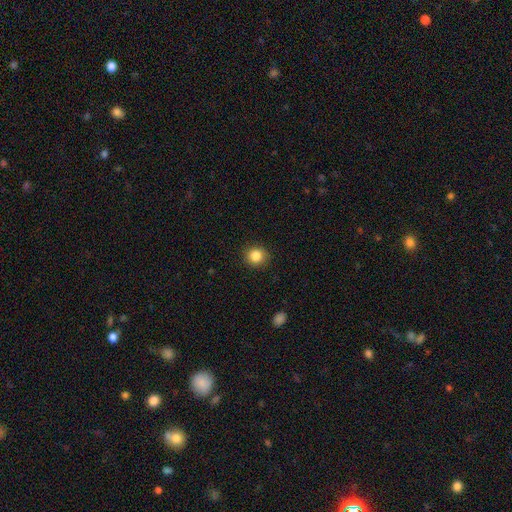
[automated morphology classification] type=smooth (85%); roundness=round (90%); merging=none (91%).